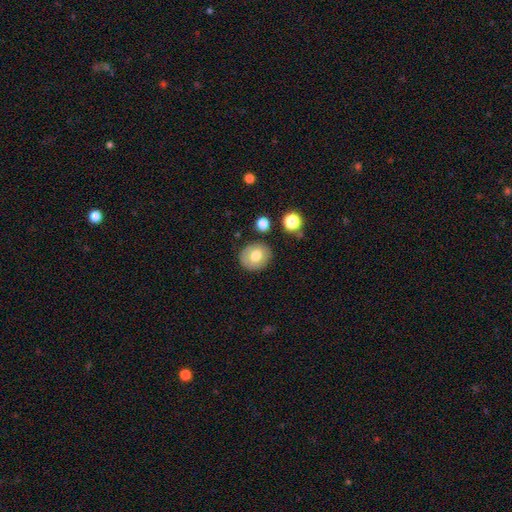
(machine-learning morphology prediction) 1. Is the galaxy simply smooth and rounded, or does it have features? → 72% smooth, 19% featured or disk, 9% star or artifact.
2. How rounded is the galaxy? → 74% round, 25% in between, 1% cigar-shaped.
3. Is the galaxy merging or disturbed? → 83% none, 10% minor disturbance, 3% merger, 3% major disturbance.